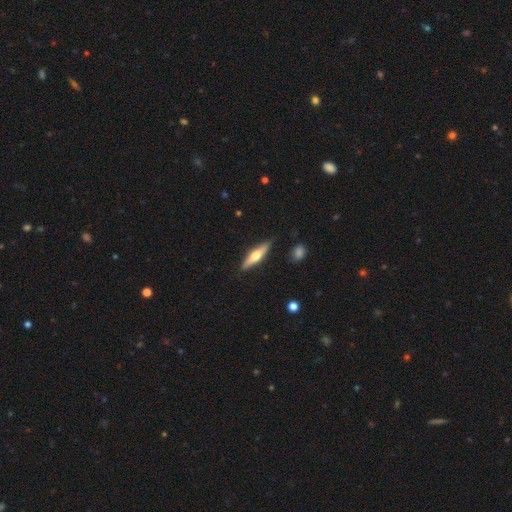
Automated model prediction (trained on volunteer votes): Morphology: type=featured or disk (54%); edge-on=yes (94%); edge-on bulge=rounded (91%); merging=none (86%).